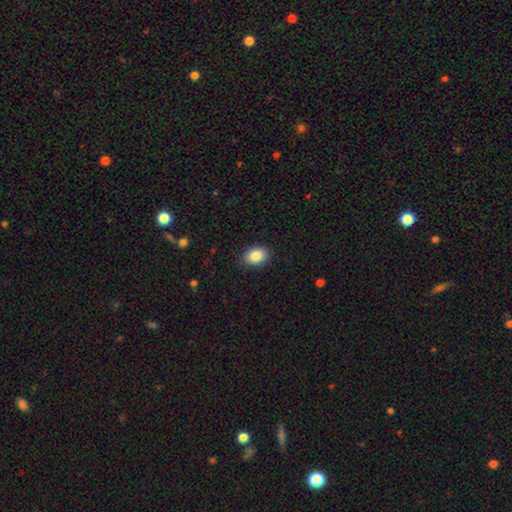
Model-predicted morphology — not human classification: Q: Smooth or featured?
A: smooth (86%); runner-up: star or artifact (8%)
Q: How rounded?
A: in between (76%); runner-up: round (23%)
Q: Merging?
A: none (87%); runner-up: minor disturbance (10%)